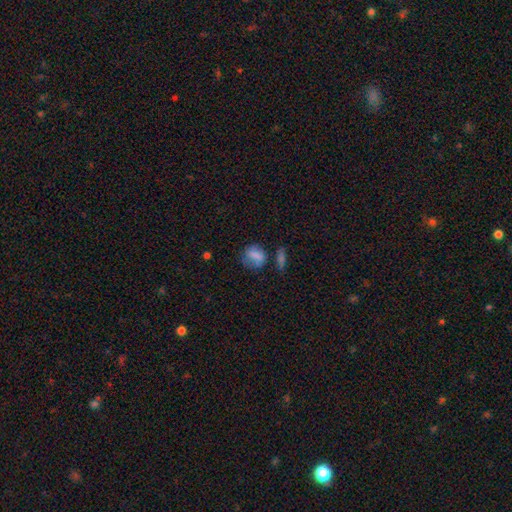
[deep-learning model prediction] Smooth or featured?
  - smooth: 73% *
  - featured or disk: 16%
  - star or artifact: 11%
How rounded?
  - round: 50% *
  - in between: 47%
  - cigar-shaped: 3%
Merging?
  - none: 51% *
  - minor disturbance: 26%
  - major disturbance: 15%
  - merger: 9%